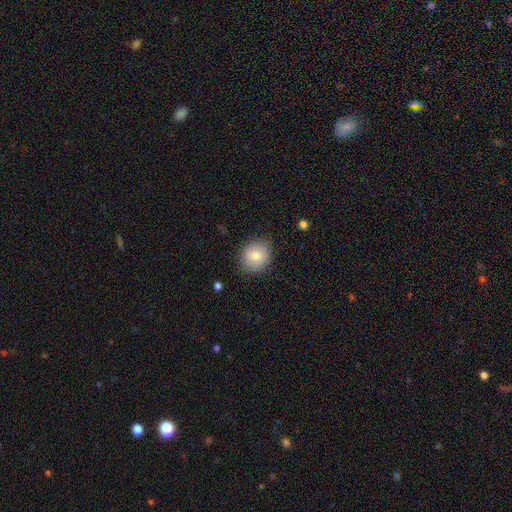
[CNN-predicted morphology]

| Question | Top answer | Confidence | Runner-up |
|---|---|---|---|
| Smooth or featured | smooth | 76% | featured or disk (16%) |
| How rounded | round | 77% | in between (22%) |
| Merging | none | 85% | minor disturbance (11%) |